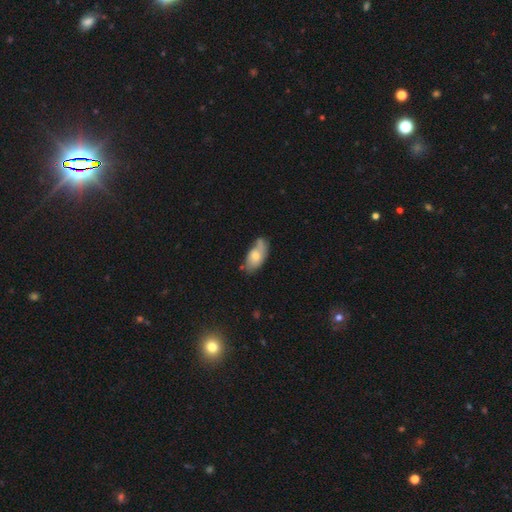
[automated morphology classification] A smooth galaxy with no disk features (65%) that is in between round and cigar-shaped (92%).

Vote fractions:
- Smooth or featured? smooth: 65% / featured or disk: 29% / star or artifact: 7%
- How rounded? in between: 92% / cigar-shaped: 5% / round: 4%
- Merging? none: 51% / minor disturbance: 32% / merger: 9% / major disturbance: 9%